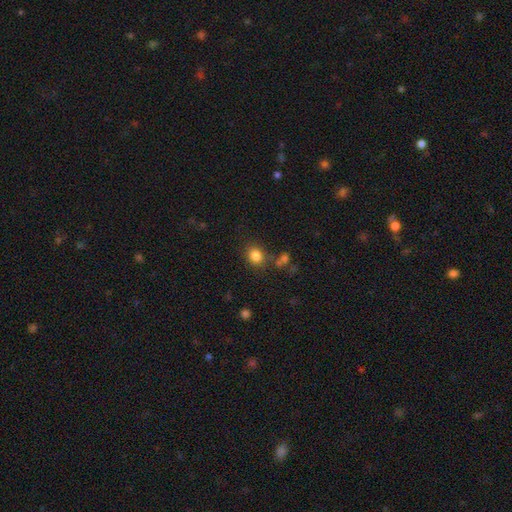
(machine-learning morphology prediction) type=smooth (83%); roundness=round (68%); merging=none (77%).